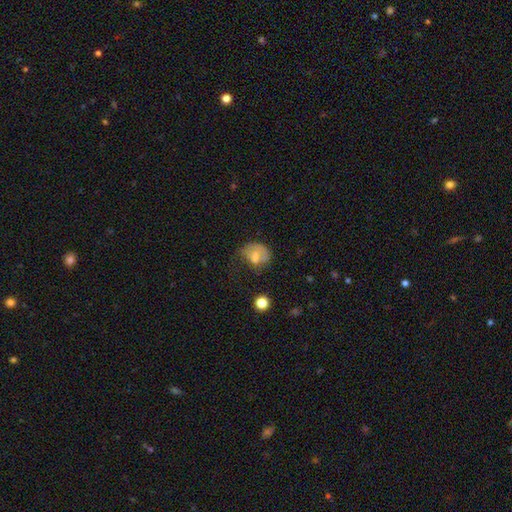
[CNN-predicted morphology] Smooth or featured? Predicted: smooth (p=0.59). How rounded? Predicted: in between (p=0.52). Merging? Predicted: none (p=0.33).